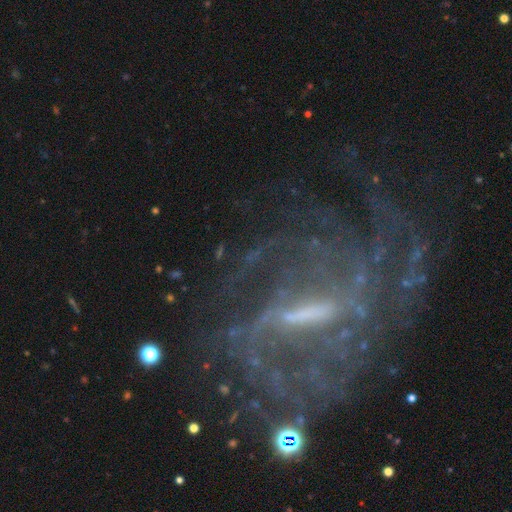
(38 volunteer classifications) Q: Smooth or featured?
A: featured or disk (92%); runner-up: star or artifact (5%)
Q: Edge-on disk?
A: no (94%); runner-up: yes (6%)
Q: Bar?
A: strong (55%); runner-up: weak (30%)
Q: Spiral arms?
A: yes (97%); runner-up: no (3%)
Q: Spiral winding?
A: medium (44%); runner-up: tight (38%)
Q: Spiral arm count?
A: can't tell (38%); runner-up: 4 (16%)
Q: Bulge size?
A: none (42%); runner-up: moderate (30%)
Q: Merging?
A: major disturbance (44%); runner-up: none (36%)